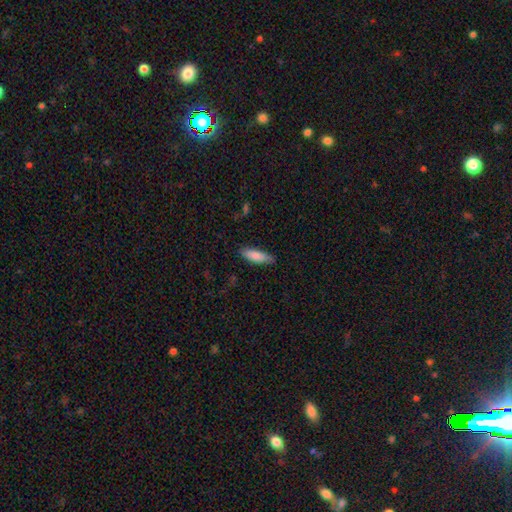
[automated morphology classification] Overall: smooth (84%). How rounded: cigar-shaped (50%; in between 48%). Merging: none (79%).